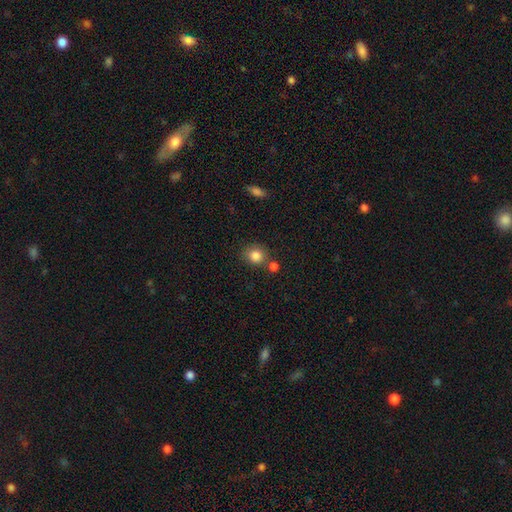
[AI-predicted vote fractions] Smooth or featured? smooth (84%)
How rounded? round (83%)
Merging? none (68%)